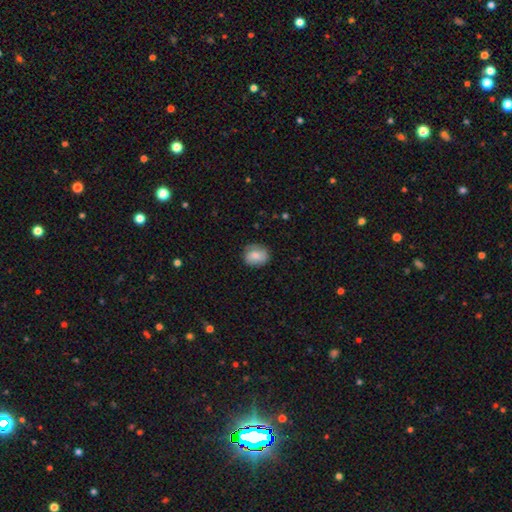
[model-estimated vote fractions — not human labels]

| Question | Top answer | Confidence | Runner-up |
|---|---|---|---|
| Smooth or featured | smooth | 78% | featured or disk (15%) |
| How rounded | round | 63% | in between (36%) |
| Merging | none | 79% | minor disturbance (16%) |